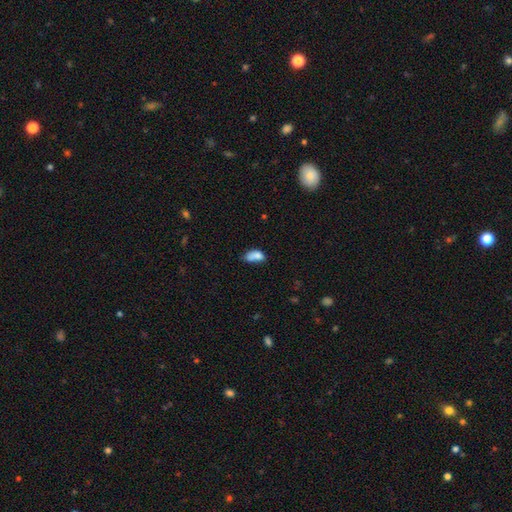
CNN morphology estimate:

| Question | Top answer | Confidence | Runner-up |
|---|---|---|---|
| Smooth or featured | smooth | 78% | featured or disk (12%) |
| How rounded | in between | 87% | round (7%) |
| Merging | none | 34% | minor disturbance (31%) |